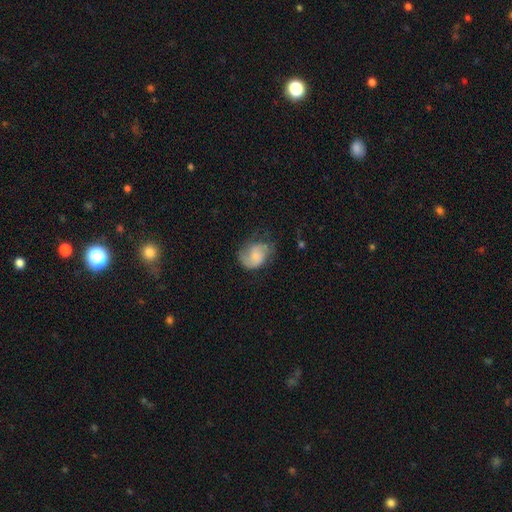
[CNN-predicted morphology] Smooth or featured: smooth — 49% (featured or disk — 43%)
Merging: none — 45% (minor disturbance — 30%)